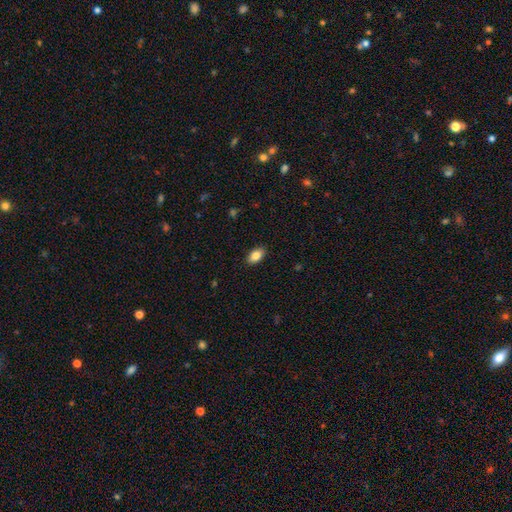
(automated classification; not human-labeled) A smooth galaxy with no disk features (84%) that is in between round and cigar-shaped (92%). Merging: none (89%).